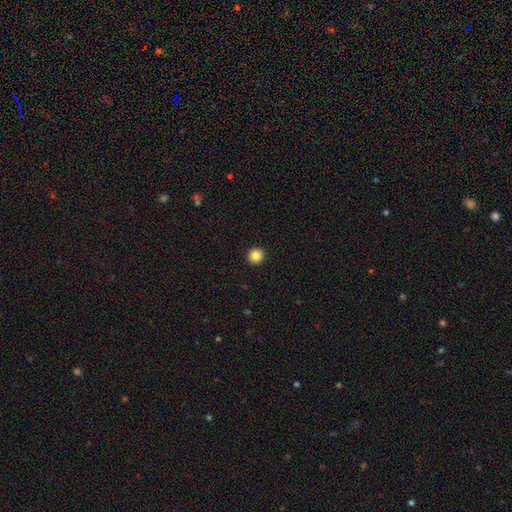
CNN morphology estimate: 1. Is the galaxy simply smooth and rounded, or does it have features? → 84% smooth, 11% star or artifact, 5% featured or disk.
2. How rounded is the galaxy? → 93% round, 6% in between, 1% cigar-shaped.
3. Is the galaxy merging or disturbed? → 93% none, 4% minor disturbance, 1% major disturbance, 1% merger.